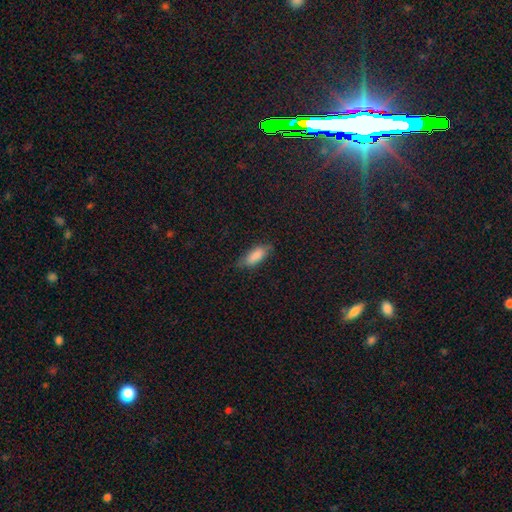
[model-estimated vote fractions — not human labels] A smooth galaxy with no disk features (83%) that is in between round and cigar-shaped (75%). Merging: none (69%).